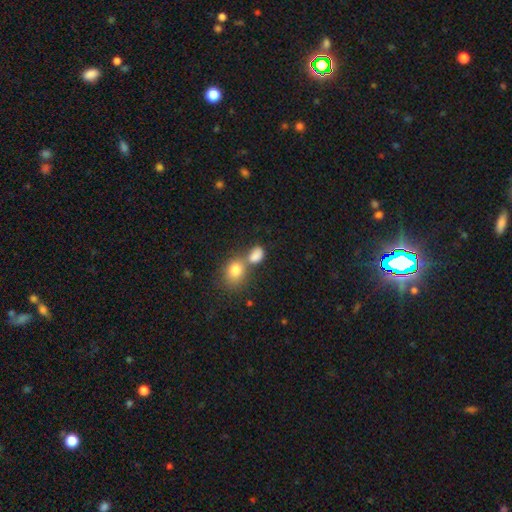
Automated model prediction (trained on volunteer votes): smooth 82%, star or artifact 10%, featured or disk 8%. Down the decision tree: how rounded — in between (65%); merging — merger (51%).